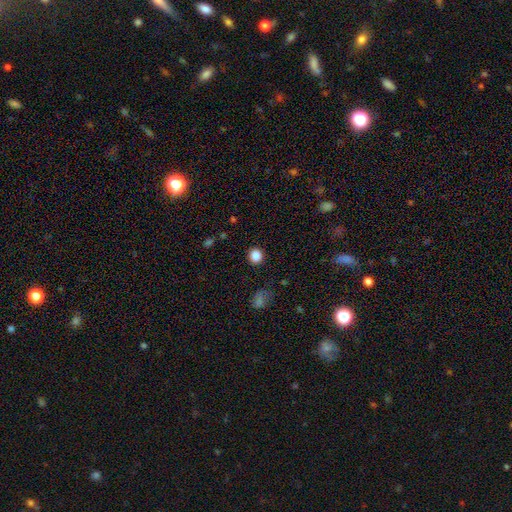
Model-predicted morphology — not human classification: The model was most divided on "smooth or featured": smooth: 85%, star or artifact: 11%, featured or disk: 4%. More confident: merging — none (91%); how rounded — round (89%).